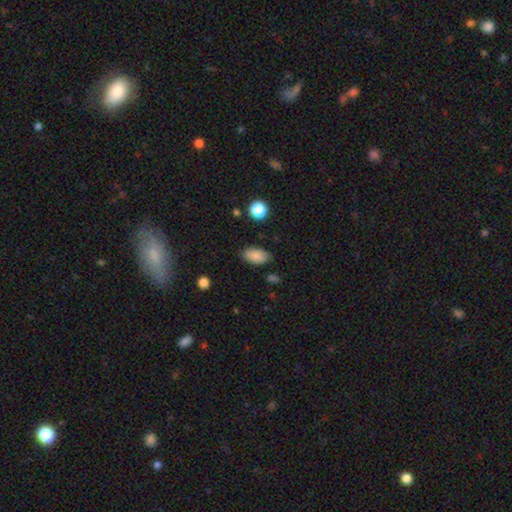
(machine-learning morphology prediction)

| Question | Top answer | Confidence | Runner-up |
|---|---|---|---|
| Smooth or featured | smooth | 87% | star or artifact (8%) |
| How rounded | in between | 92% | round (5%) |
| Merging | none | 83% | minor disturbance (13%) |